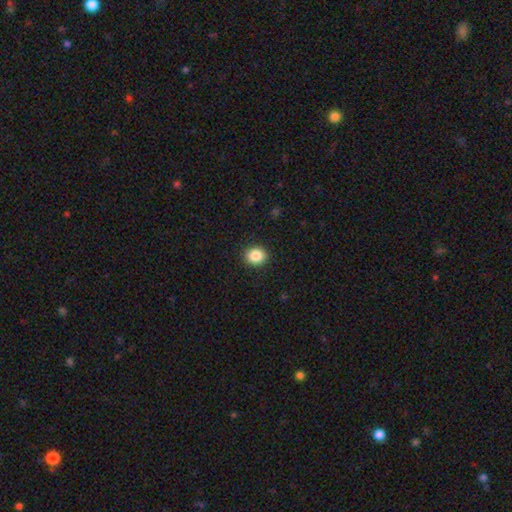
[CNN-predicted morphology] This appears to be a smooth galaxy with no disk features (86%) that is round (74%). Merging: none (91%).